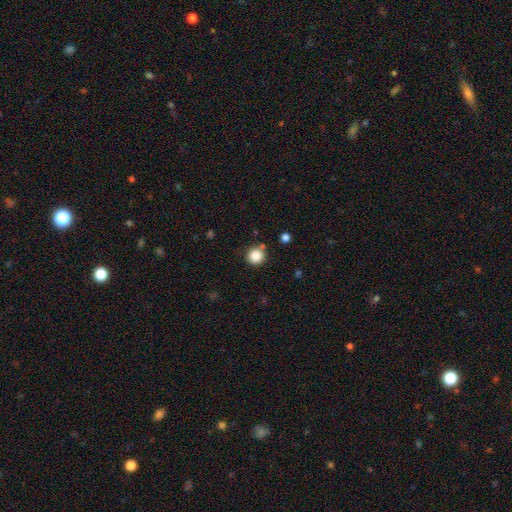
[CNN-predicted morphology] Smooth or featured?
  - smooth: 85% *
  - star or artifact: 11%
  - featured or disk: 4%
How rounded?
  - round: 93% *
  - in between: 6%
  - cigar-shaped: 1%
Merging?
  - none: 82% *
  - minor disturbance: 9%
  - merger: 6%
  - major disturbance: 3%